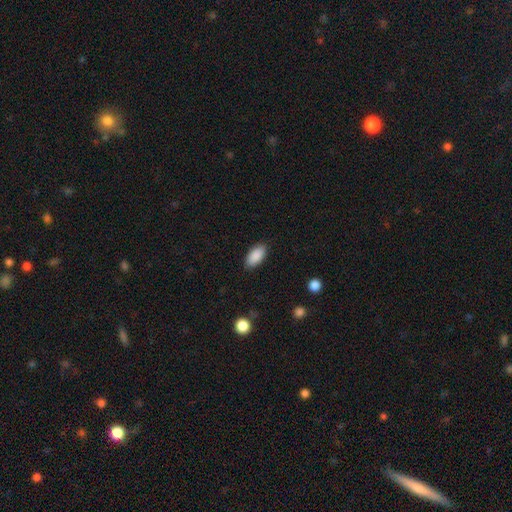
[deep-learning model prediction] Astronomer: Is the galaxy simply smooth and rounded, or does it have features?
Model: smooth — 90%.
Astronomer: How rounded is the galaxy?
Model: in between — 94%.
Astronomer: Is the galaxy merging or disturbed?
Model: none — 87%.